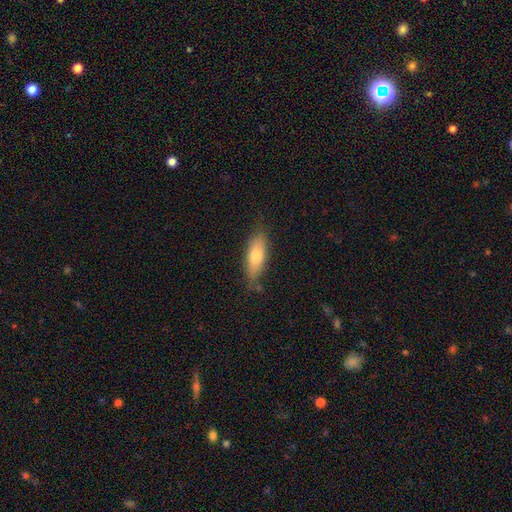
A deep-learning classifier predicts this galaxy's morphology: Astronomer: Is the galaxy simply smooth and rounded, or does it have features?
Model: smooth — 72%.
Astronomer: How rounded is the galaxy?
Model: in between — 65%.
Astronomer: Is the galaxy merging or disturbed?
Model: none — 76%.